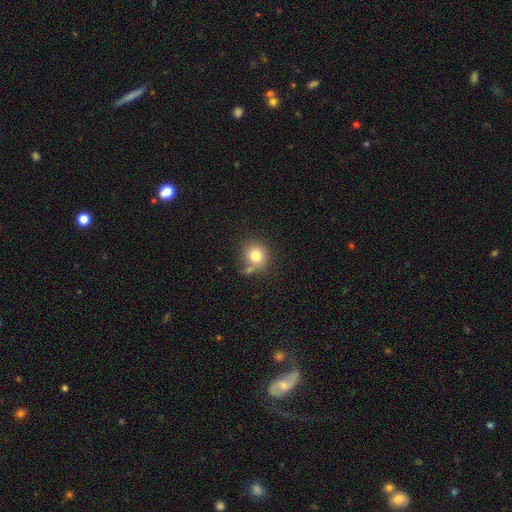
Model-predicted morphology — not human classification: This is likely a smooth galaxy (78%). How rounded: clearly round (85%). Merging: likely none (64%).